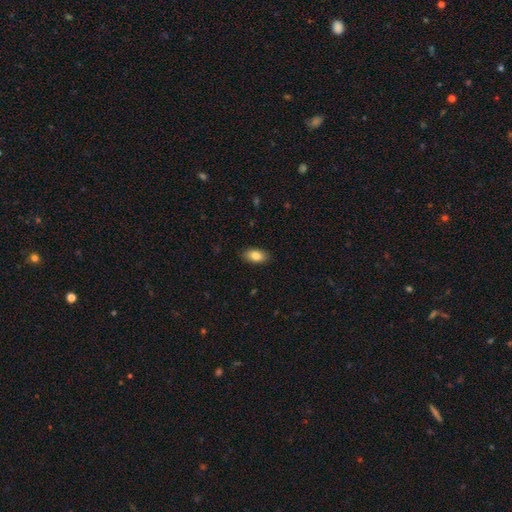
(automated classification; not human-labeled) smooth 84%, featured or disk 9%, star or artifact 7%. Down the decision tree: how rounded — in between (92%); merging — none (88%).